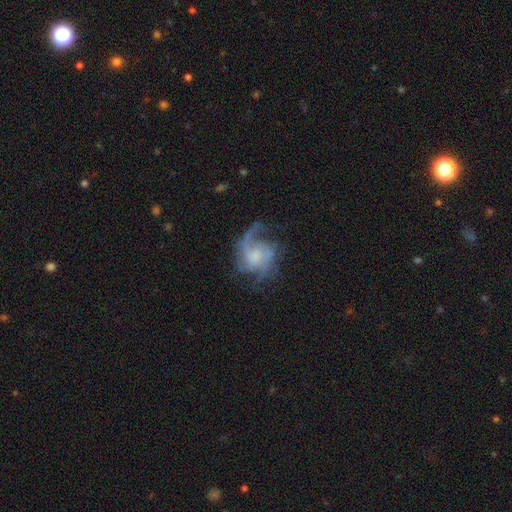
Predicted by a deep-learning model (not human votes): Smooth or featured?
  - featured or disk: 79% *
  - smooth: 14%
  - star or artifact: 8%
Edge-on disk?
  - no: 98% *
  - yes: 2%
Bar?
  - no: 65% *
  - weak: 30%
  - strong: 5%
Spiral arms?
  - yes: 92% *
  - no: 8%
Spiral winding?
  - medium: 42% *
  - loose: 39%
  - tight: 19%
Spiral arm count?
  - 1: 27% * (tied)
  - 2: 27% * (tied)
  - can't tell: 19%
  - 3: 17%
  - 4: 6%
  - more than 4: 5%
Bulge size?
  - small: 30% *
  - moderate: 29%
  - none: 26%
  - large: 13%
  - dominant: 2%
Merging?
  - none: 50% *
  - major disturbance: 29%
  - minor disturbance: 19%
  - merger: 2%